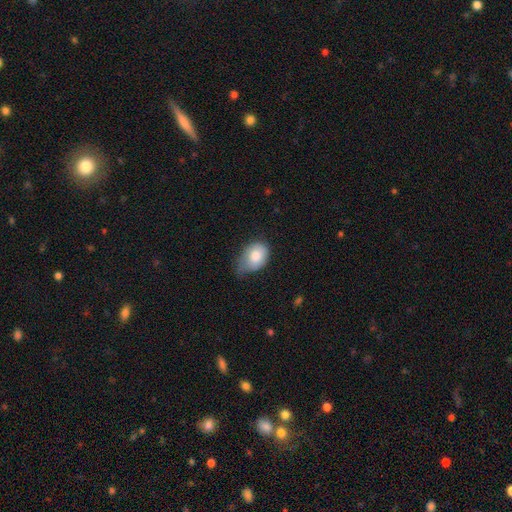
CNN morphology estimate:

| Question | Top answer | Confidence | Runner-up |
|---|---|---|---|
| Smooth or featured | smooth | 79% | featured or disk (14%) |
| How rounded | in between | 75% | round (23%) |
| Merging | minor disturbance | 51% | none (27%) |